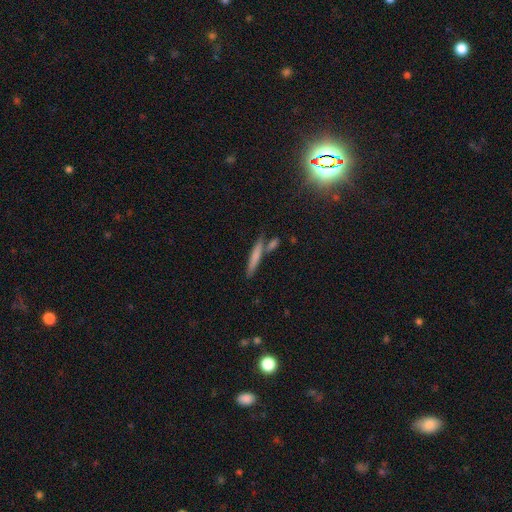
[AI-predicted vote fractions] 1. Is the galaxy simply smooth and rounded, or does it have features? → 70% smooth, 23% featured or disk, 7% star or artifact.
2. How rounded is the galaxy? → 92% cigar-shaped, 6% in between, 2% round.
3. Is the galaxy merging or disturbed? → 72% none, 14% merger, 11% minor disturbance, 3% major disturbance.